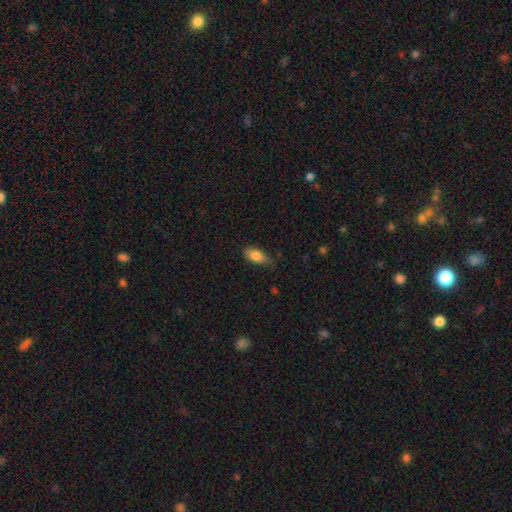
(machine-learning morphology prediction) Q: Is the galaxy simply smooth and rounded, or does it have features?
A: smooth — 82%.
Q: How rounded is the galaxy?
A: in between — 87%.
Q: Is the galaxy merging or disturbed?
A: none — 63%.